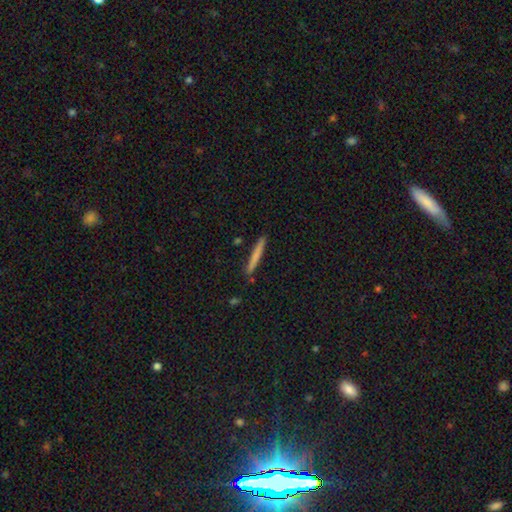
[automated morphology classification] type=smooth (69%); roundness=cigar-shaped (96%); merging=none (88%).